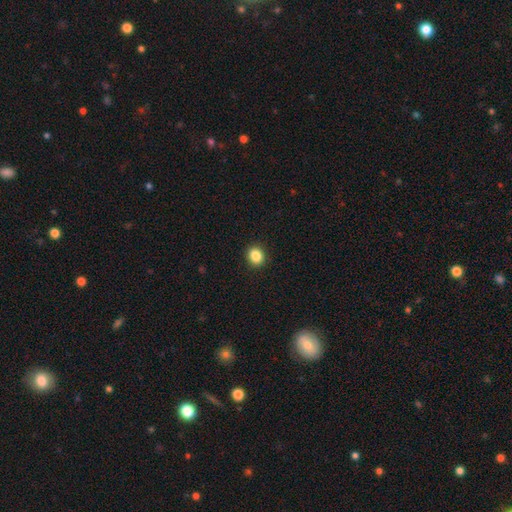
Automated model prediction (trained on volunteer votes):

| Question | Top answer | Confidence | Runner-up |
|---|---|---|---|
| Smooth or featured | smooth | 86% | star or artifact (10%) |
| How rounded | round | 66% | in between (33%) |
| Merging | none | 91% | minor disturbance (6%) |